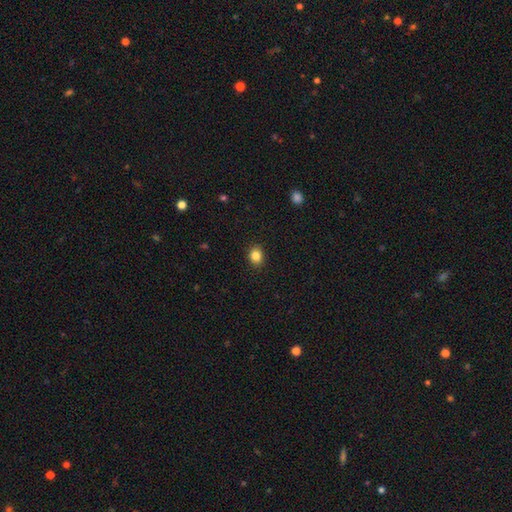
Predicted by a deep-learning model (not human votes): Morphology: type=smooth (85%); roundness=round (53%); merging=none (90%).